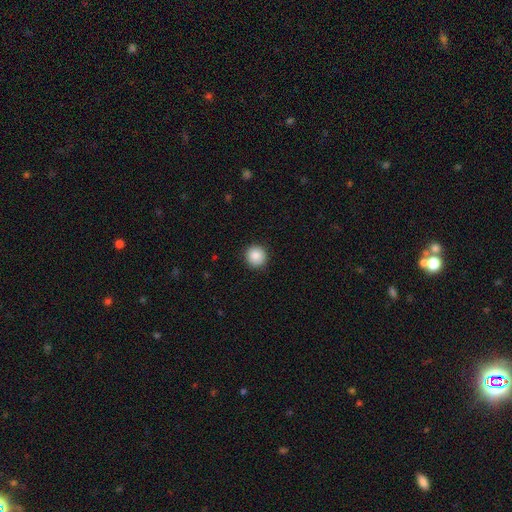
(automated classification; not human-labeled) This appears to be a smooth galaxy with no disk features (87%) that is round (94%). Merging: none (91%).